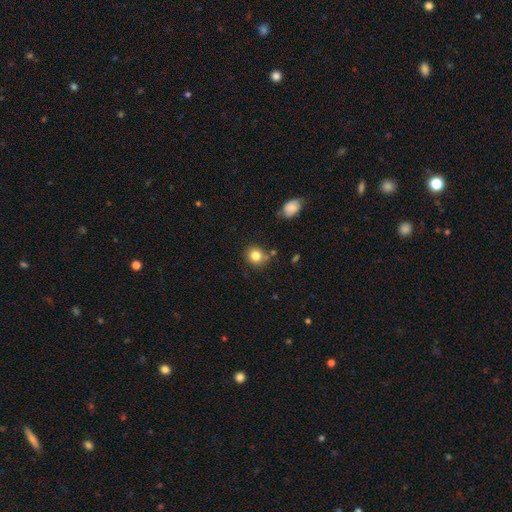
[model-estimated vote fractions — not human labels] smooth_or_featured: smooth (p=0.82) [alt: star or artifact p=0.11]
how_rounded: round (p=0.83) [alt: in between p=0.17]
merging: none (p=0.76) [alt: minor disturbance p=0.14]